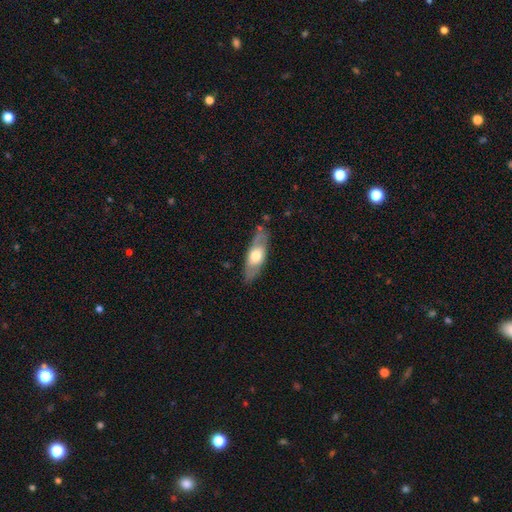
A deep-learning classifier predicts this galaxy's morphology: smooth 48%, featured or disk 47%, star or artifact 5%. Down the decision tree: merging — none (80%).